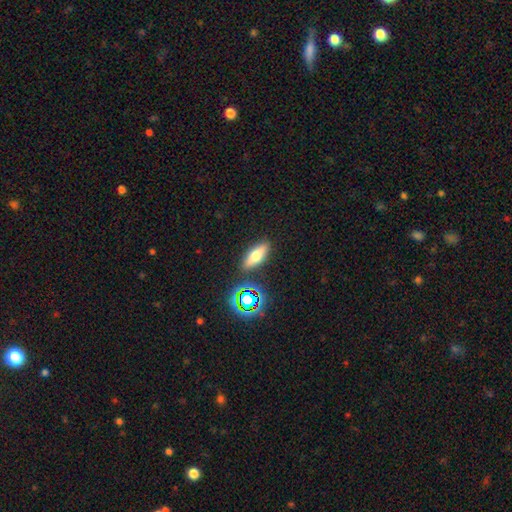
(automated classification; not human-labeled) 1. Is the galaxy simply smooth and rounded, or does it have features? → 58% smooth, 27% featured or disk, 15% star or artifact.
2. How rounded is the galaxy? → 56% in between, 36% cigar-shaped, 7% round.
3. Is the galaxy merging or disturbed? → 85% none, 9% minor disturbance, 4% merger, 3% major disturbance.